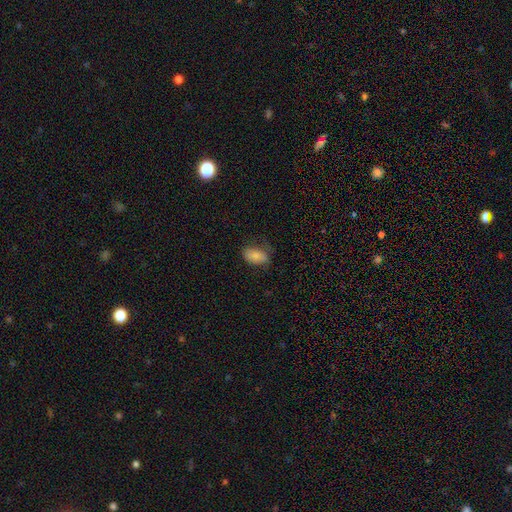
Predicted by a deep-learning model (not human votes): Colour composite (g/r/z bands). It shows a smooth galaxy with no disk features (79%) that is in between round and cigar-shaped (90%). Merging: none (59%).